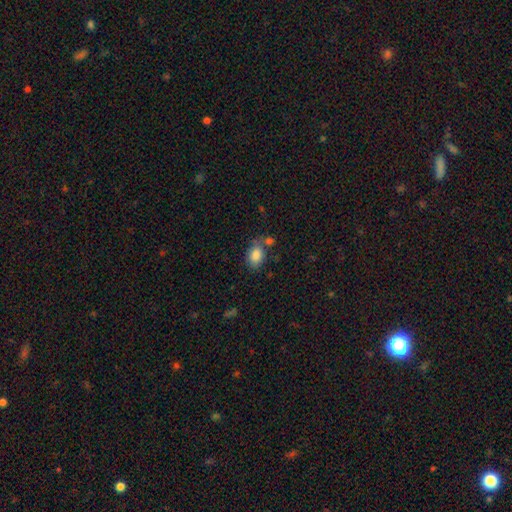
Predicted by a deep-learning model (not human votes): smooth_or_featured: smooth (p=0.85) [alt: star or artifact p=0.08]
how_rounded: in between (p=0.74) [alt: round p=0.25]
merging: none (p=0.62) [alt: minor disturbance p=0.18]